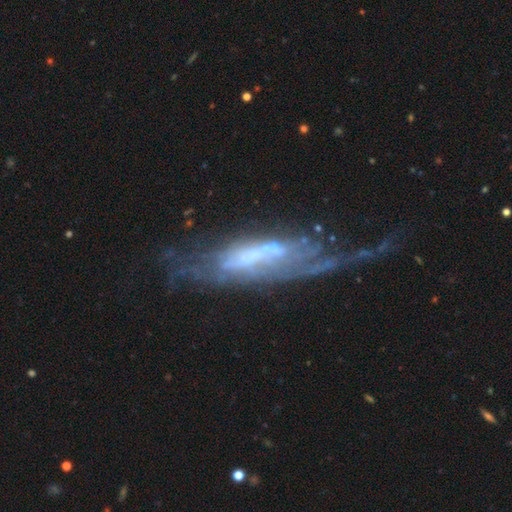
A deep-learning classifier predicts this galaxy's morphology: Smooth or featured? Predicted: featured or disk (p=0.71). Edge-on disk? Predicted: no (p=0.74). Bar? Predicted: no (p=0.46). Spiral arms? Predicted: yes (p=0.62). Bulge size? Predicted: none (p=0.32). Merging? Predicted: major disturbance (p=0.45).